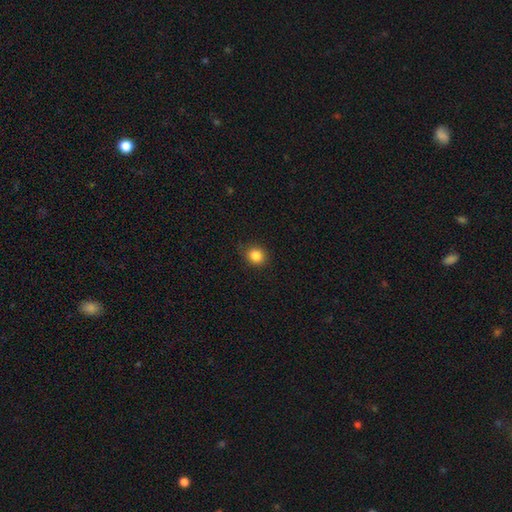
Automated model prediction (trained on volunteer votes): Overall: smooth (85%). How rounded: round (77%). Merging: none (85%).